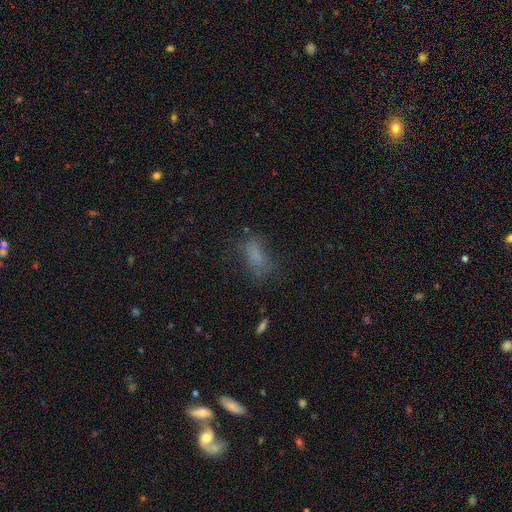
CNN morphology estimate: type=smooth (69%); roundness=in between (76%); merging=none (54%).